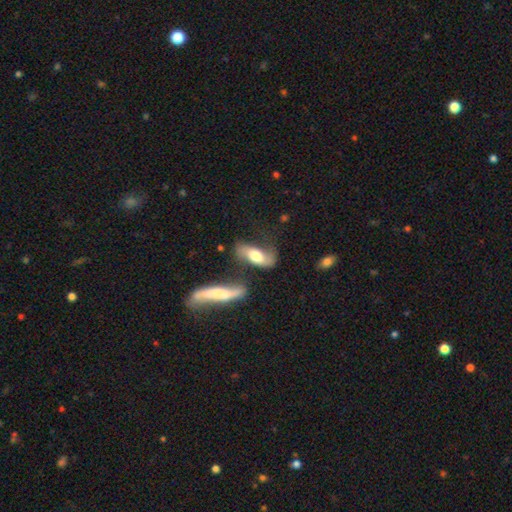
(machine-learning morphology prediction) Smooth or featured: featured or disk — 50% (smooth — 44%)
Merging: none — 48% (minor disturbance — 21%)